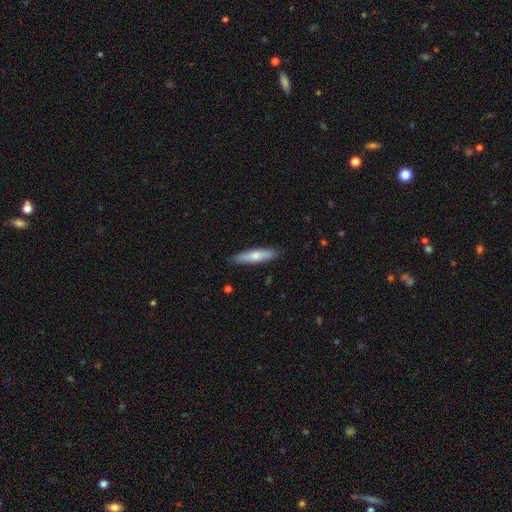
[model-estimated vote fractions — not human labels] Overall: smooth (65%; featured or disk 30%). How rounded: cigar-shaped (80%). Merging: none (87%).